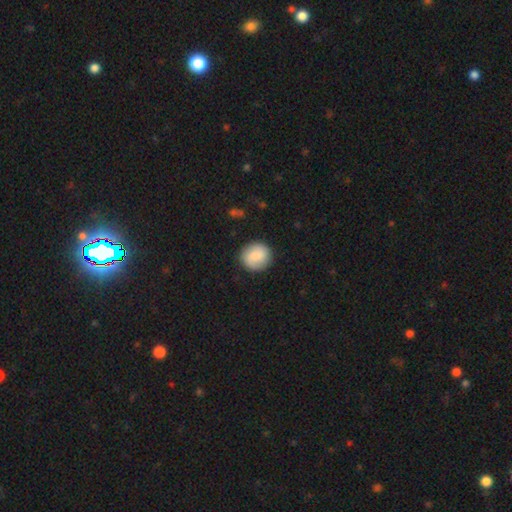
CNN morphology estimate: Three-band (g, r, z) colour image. It shows a smooth galaxy with no disk features (82%) that is round (86%). Merging: none (87%).